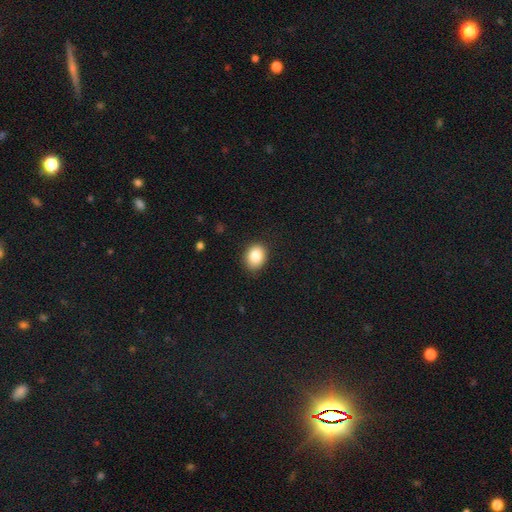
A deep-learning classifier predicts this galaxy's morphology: Q: Smooth or featured?
A: smooth (84%); runner-up: star or artifact (9%)
Q: How rounded?
A: in between (55%); runner-up: round (44%)
Q: Merging?
A: none (86%); runner-up: minor disturbance (11%)